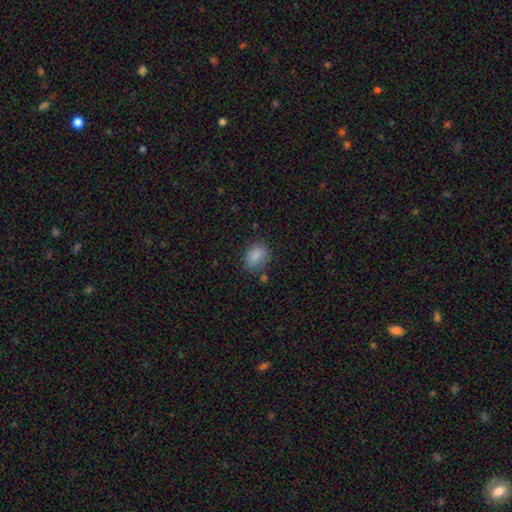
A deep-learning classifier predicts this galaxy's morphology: type=smooth (86%); roundness=in between (71%); merging=none (70%).